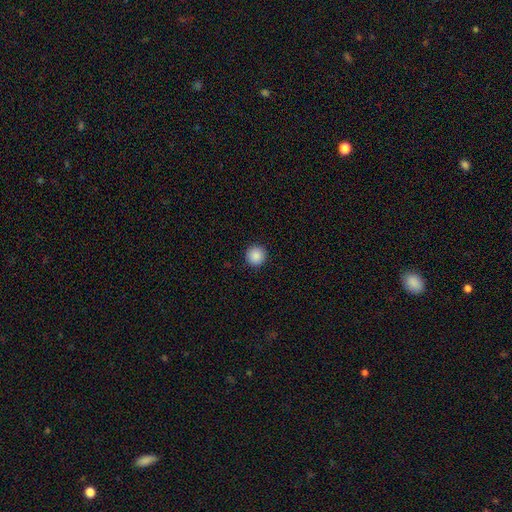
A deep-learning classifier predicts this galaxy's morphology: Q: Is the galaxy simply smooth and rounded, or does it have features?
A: smooth — 88%.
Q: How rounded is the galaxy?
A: round — 95%.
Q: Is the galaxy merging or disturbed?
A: none — 93%.